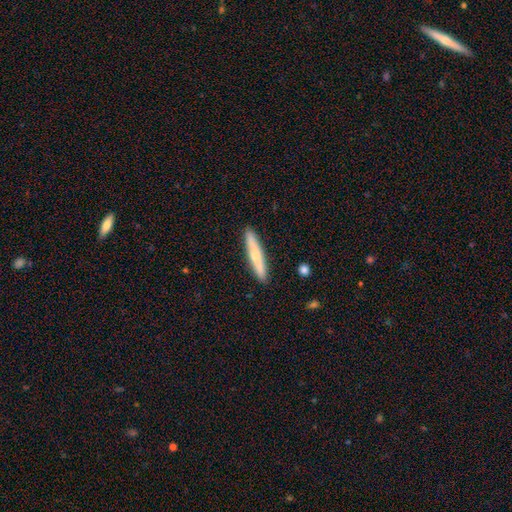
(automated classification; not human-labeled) A smooth galaxy with no disk features (59%) that is cigar-shaped (93%). Merging: none (90%).